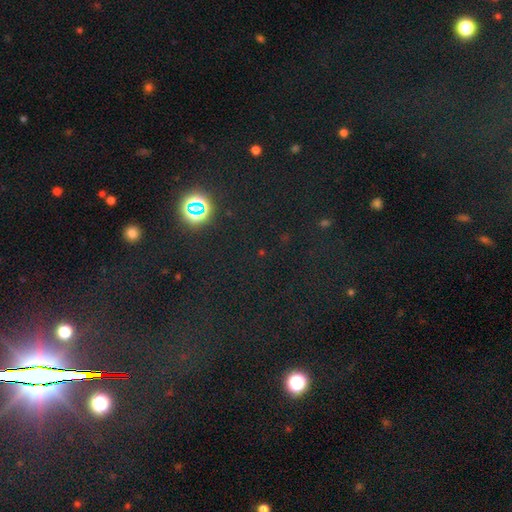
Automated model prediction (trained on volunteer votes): A star or artifact, not a galaxy (72%).